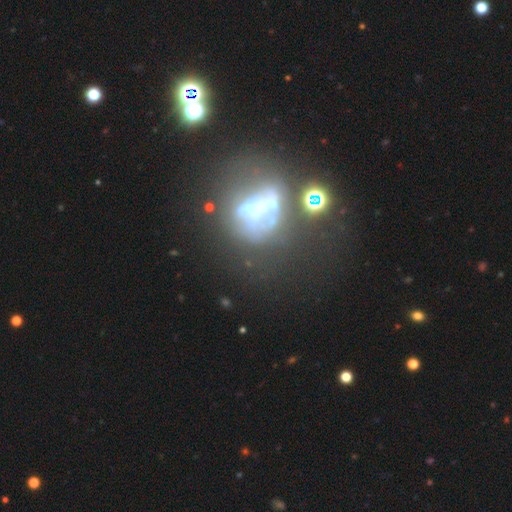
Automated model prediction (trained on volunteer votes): This appears to be a featured or disk galaxy (46%). Merging: none (48%).